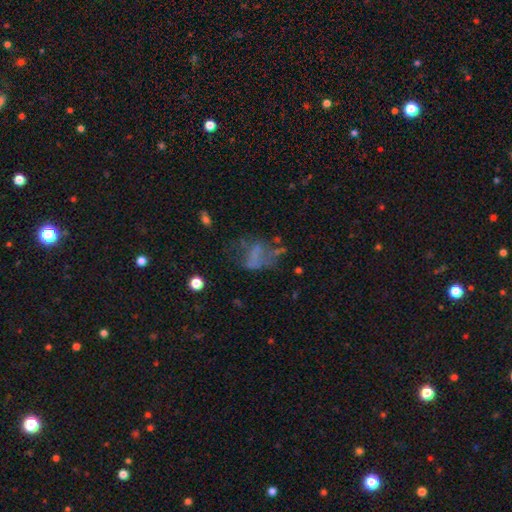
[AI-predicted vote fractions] Overall: featured or disk (41%; smooth 37%). Merging: major disturbance (37%; none 35%).